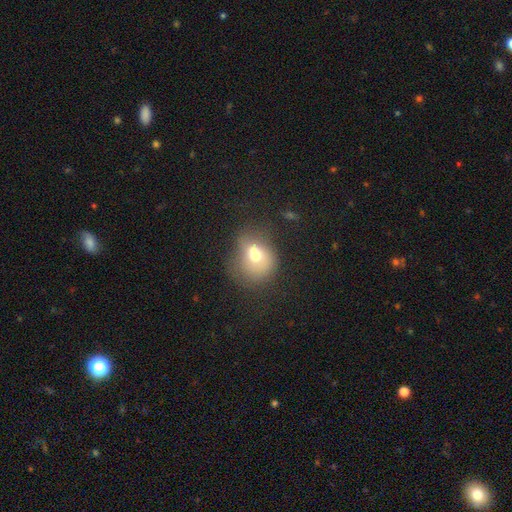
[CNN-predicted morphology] smooth-or-featured: smooth: 62% | featured or disk: 26% | star or artifact: 12%
  how-rounded: round: 67% | in between: 32% | cigar-shaped: 1%
  merging: merger: 51% | none: 26% | minor disturbance: 13% | major disturbance: 9%